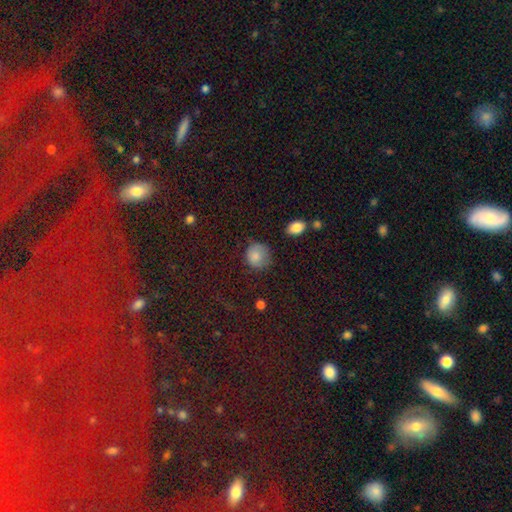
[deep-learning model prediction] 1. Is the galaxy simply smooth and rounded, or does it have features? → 82% smooth, 10% star or artifact, 7% featured or disk.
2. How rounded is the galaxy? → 82% round, 17% in between, 1% cigar-shaped.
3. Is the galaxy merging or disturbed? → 62% none, 27% minor disturbance, 9% major disturbance, 2% merger.